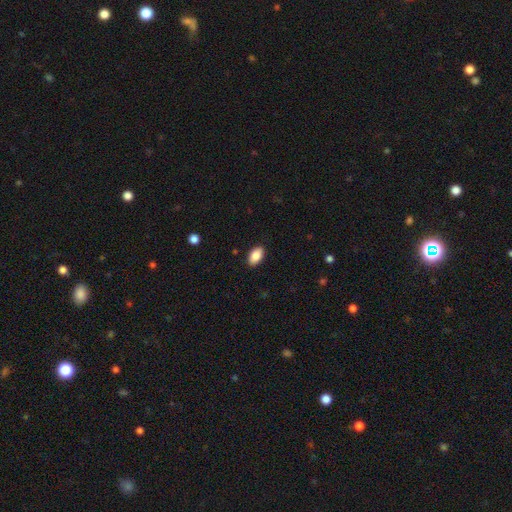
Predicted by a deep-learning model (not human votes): The model was most divided on "smooth or featured": smooth: 87%, star or artifact: 7%, featured or disk: 6%. More confident: how rounded — in between (93%); merging — none (89%).